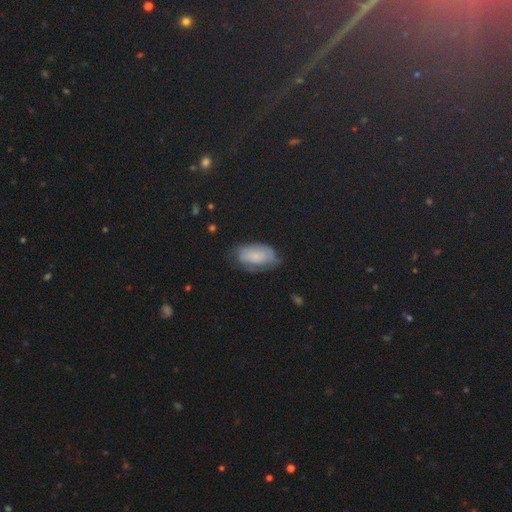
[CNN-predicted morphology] The model was most divided on "smooth or featured": smooth: 48%, featured or disk: 38%, star or artifact: 14%. More confident: merging — none (57%).